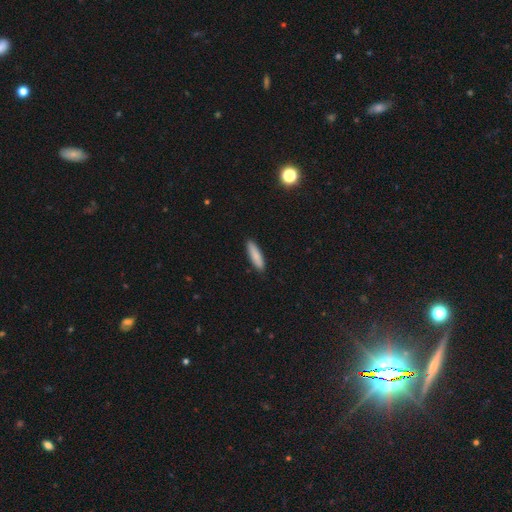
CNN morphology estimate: smooth 84%, featured or disk 9%, star or artifact 6%. Down the decision tree: how rounded — cigar-shaped (70%); merging — none (89%).